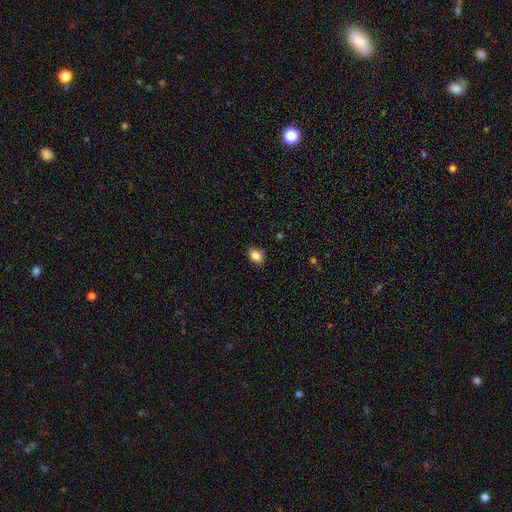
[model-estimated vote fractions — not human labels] A smooth galaxy with no disk features (84%) that is in between round and cigar-shaped (71%).

Vote fractions:
- Smooth or featured? smooth: 84% / star or artifact: 9% / featured or disk: 7%
- How rounded? in between: 71% / round: 27% / cigar-shaped: 1%
- Merging? none: 85% / minor disturbance: 11% / major disturbance: 2% / merger: 1%